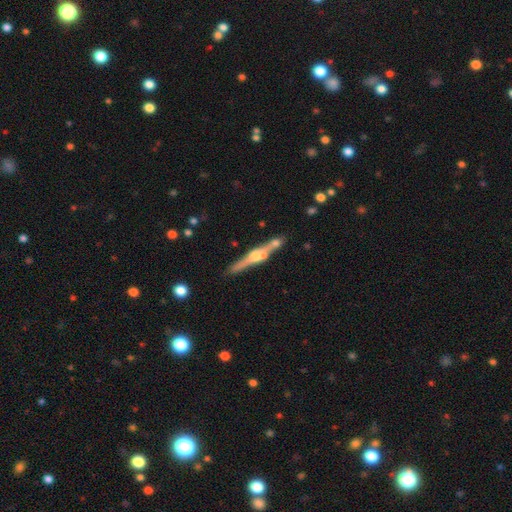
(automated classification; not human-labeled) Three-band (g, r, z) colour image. It shows a featured or disk galaxy (74%) viewed edge-on (96%) with a rounded central bulge (84%). Merging: none (73%).